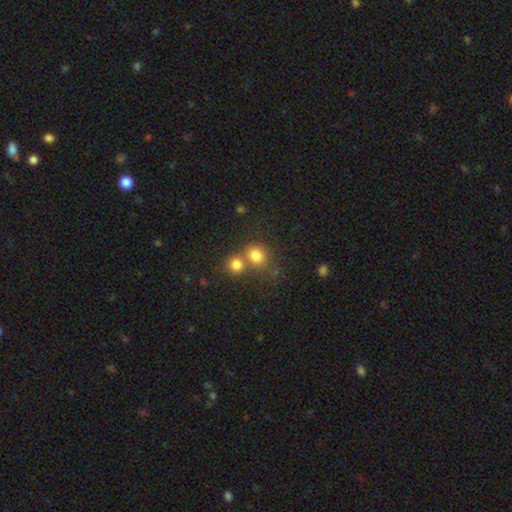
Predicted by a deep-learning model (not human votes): A smooth galaxy with no disk features (79%) that is round (81%).

Vote fractions:
- Smooth or featured? smooth: 79% / star or artifact: 13% / featured or disk: 8%
- How rounded? round: 81% / in between: 18% / cigar-shaped: 1%
- Merging? none: 48% / merger: 41% / minor disturbance: 7% / major disturbance: 3%